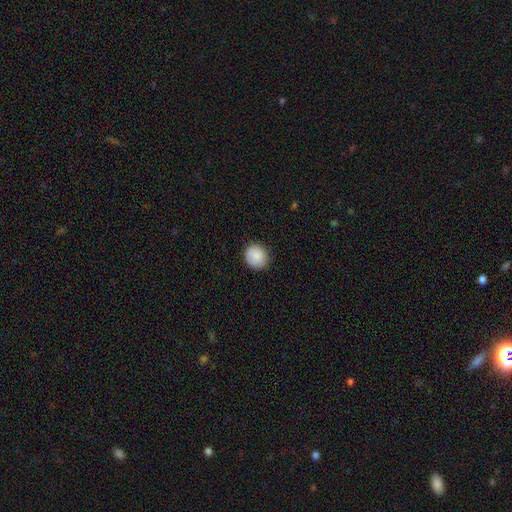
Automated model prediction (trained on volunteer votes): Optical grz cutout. It shows a smooth galaxy with no disk features (86%) that is round (81%). Merging: none (86%).